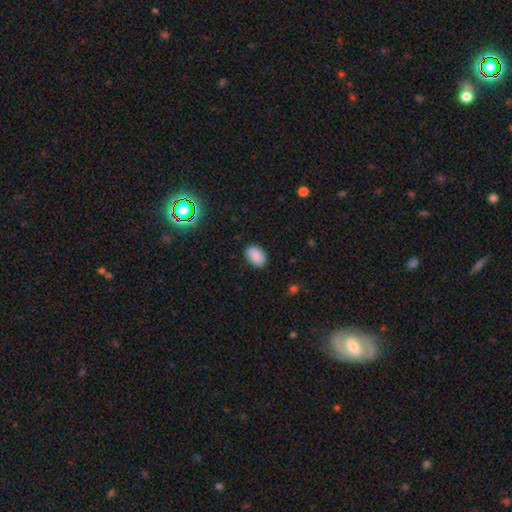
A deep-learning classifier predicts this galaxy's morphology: Smooth or featured: smooth — 86% (star or artifact — 8%)
How rounded: in between — 86% (round — 13%)
Merging: none — 86% (minor disturbance — 11%)